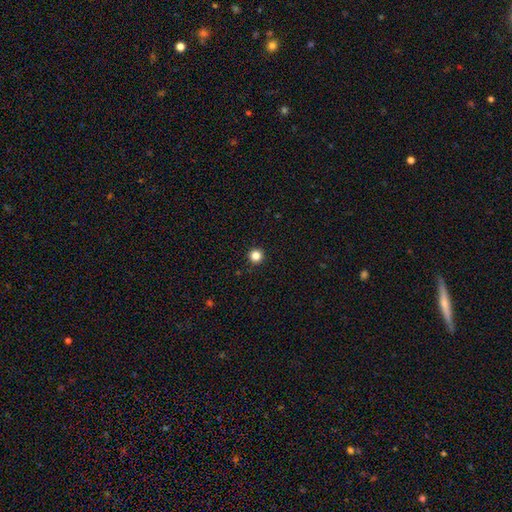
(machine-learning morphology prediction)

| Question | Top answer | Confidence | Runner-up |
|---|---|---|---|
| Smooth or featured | smooth | 84% | star or artifact (12%) |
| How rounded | round | 96% | in between (3%) |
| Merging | none | 94% | minor disturbance (4%) |